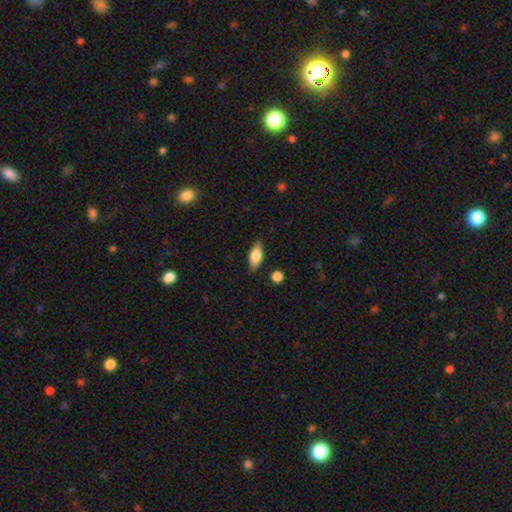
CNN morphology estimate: Smooth or featured: smooth — 74% (featured or disk — 19%)
How rounded: in between — 79% (cigar-shaped — 17%)
Merging: none — 84% (minor disturbance — 11%)